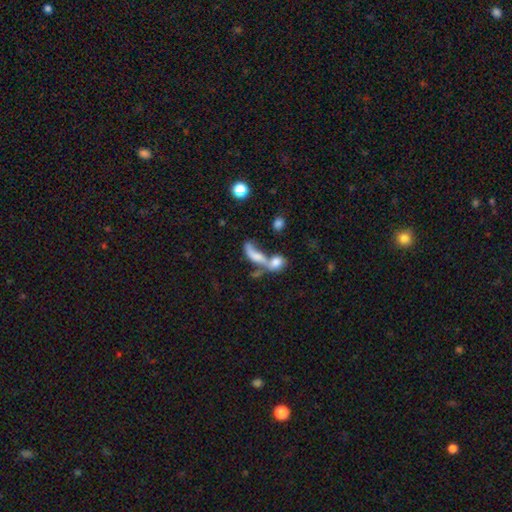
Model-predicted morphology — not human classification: Q: Smooth or featured?
A: smooth (55%); runner-up: featured or disk (34%)
Q: How rounded?
A: in between (58%); runner-up: cigar-shaped (32%)
Q: Merging?
A: merger (68%); runner-up: none (13%)